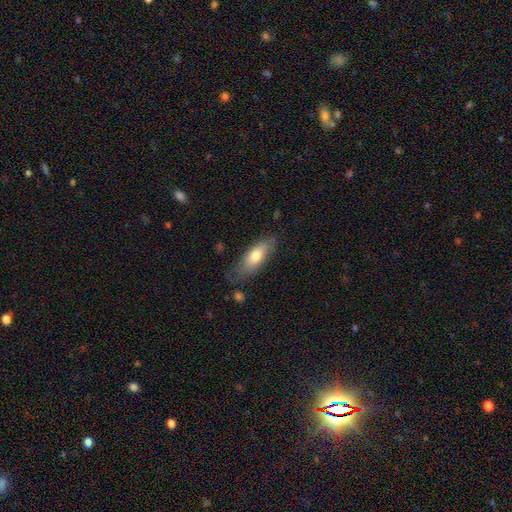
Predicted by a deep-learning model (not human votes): Smooth or featured? smooth (71%)
How rounded? in between (70%)
Merging? none (69%)